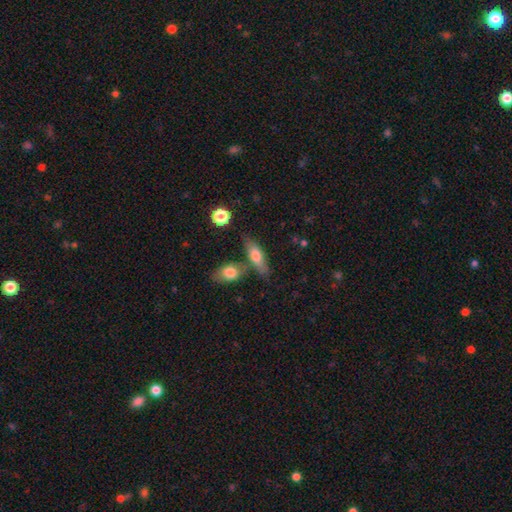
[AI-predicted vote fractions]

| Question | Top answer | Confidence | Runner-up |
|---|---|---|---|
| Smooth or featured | smooth | 66% | featured or disk (27%) |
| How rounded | in between | 58% | cigar-shaped (38%) |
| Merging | none | 58% | merger (24%) |